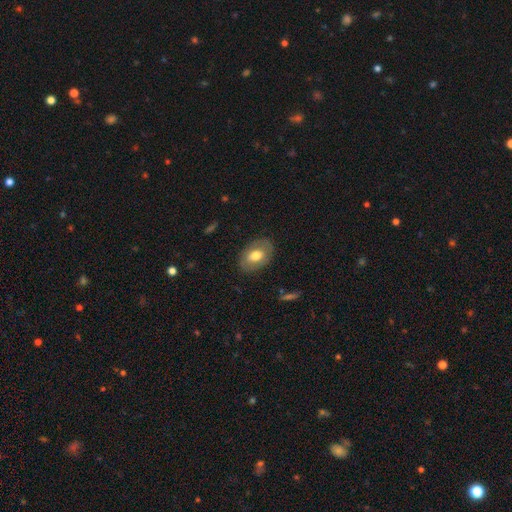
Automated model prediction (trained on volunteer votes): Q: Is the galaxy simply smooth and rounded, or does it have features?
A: smooth — 66%.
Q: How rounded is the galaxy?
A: in between — 84%.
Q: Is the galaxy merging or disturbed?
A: none — 83%.